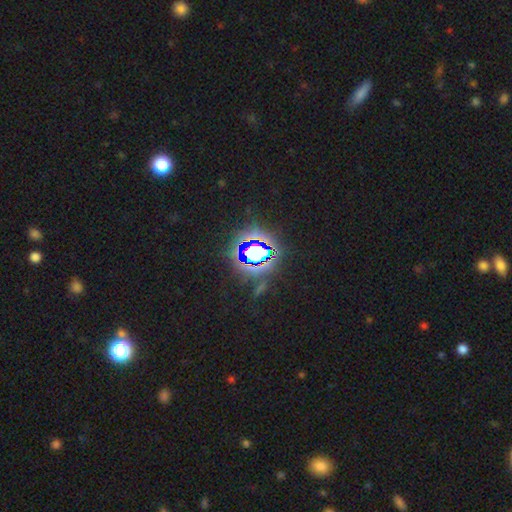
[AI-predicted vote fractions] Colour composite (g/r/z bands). It shows a star or artifact, not a galaxy (74%).